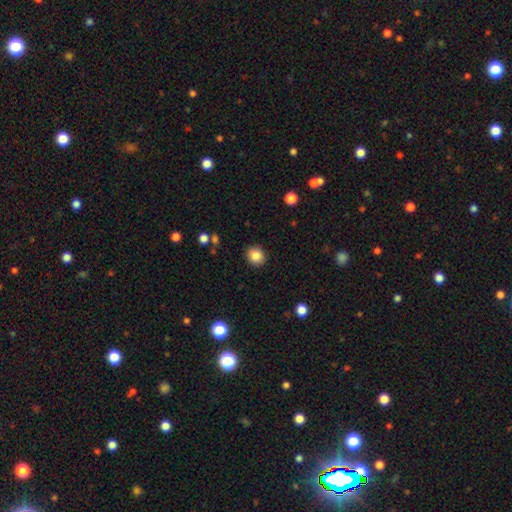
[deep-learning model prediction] smooth 85%, star or artifact 9%, featured or disk 5%. Down the decision tree: how rounded — round (74%); merging — none (90%).